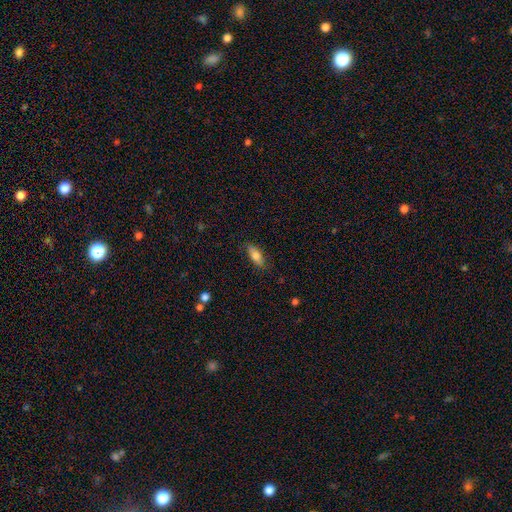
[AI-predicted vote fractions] Morphology: type=smooth (74%); roundness=in between (73%); merging=none (82%).